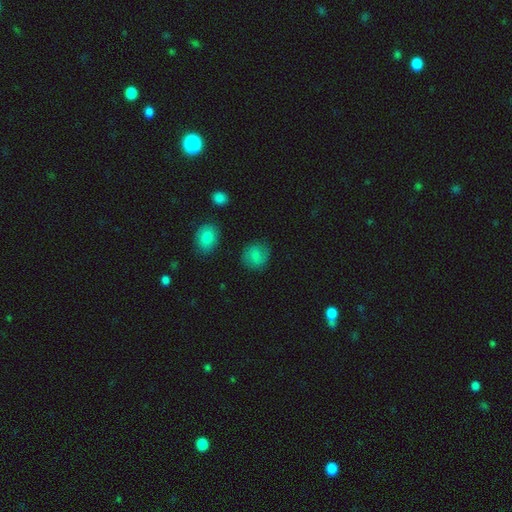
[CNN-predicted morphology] Q: Smooth or featured?
A: smooth (72%); runner-up: featured or disk (19%)
Q: How rounded?
A: round (76%); runner-up: in between (23%)
Q: Merging?
A: none (80%); runner-up: minor disturbance (13%)